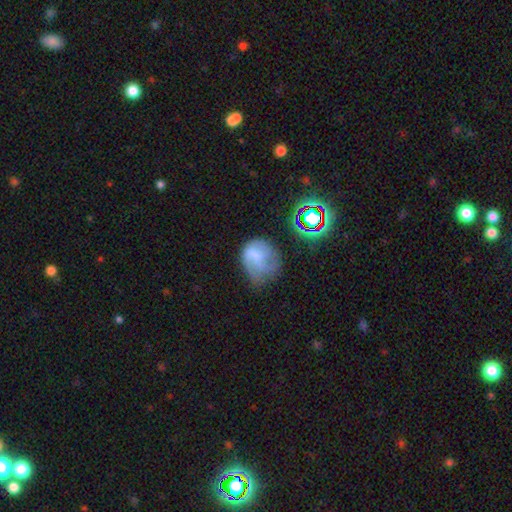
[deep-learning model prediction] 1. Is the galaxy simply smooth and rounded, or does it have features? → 47% smooth, 40% featured or disk, 13% star or artifact.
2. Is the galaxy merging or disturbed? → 34% major disturbance, 32% minor disturbance, 30% none, 4% merger.